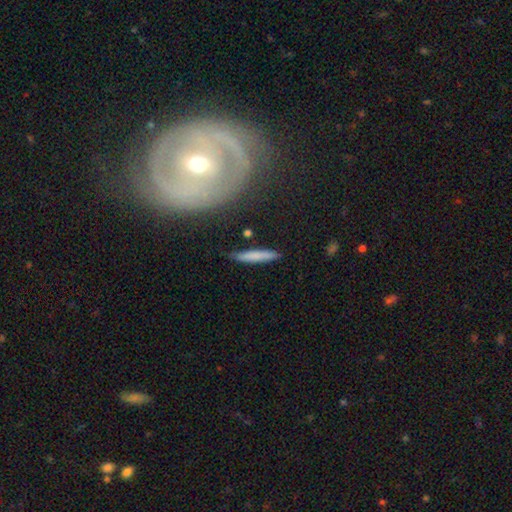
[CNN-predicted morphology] Smooth or featured: smooth — 74% (featured or disk — 20%)
How rounded: cigar-shaped — 91% (in between — 7%)
Merging: none — 84% (minor disturbance — 11%)